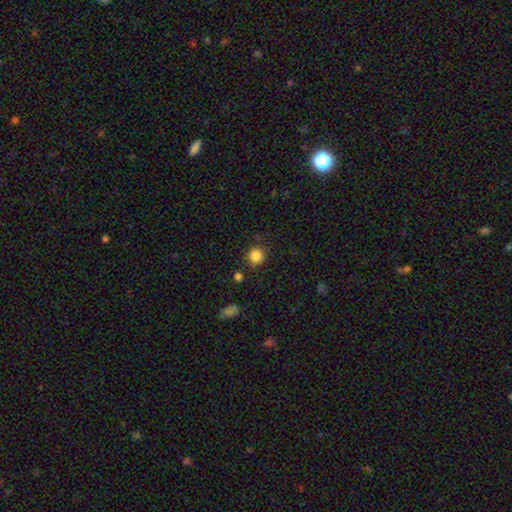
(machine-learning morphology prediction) Q: Smooth or featured?
A: smooth (85%); runner-up: star or artifact (11%)
Q: How rounded?
A: round (91%); runner-up: in between (8%)
Q: Merging?
A: none (85%); runner-up: minor disturbance (8%)